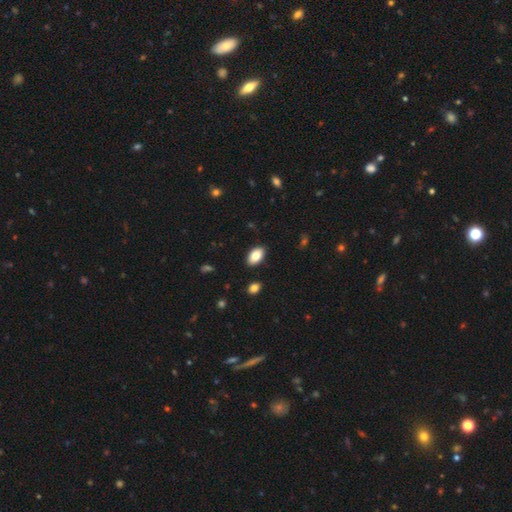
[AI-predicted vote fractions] A smooth galaxy with no disk features (84%) that is in between round and cigar-shaped (93%). Merging: none (89%).